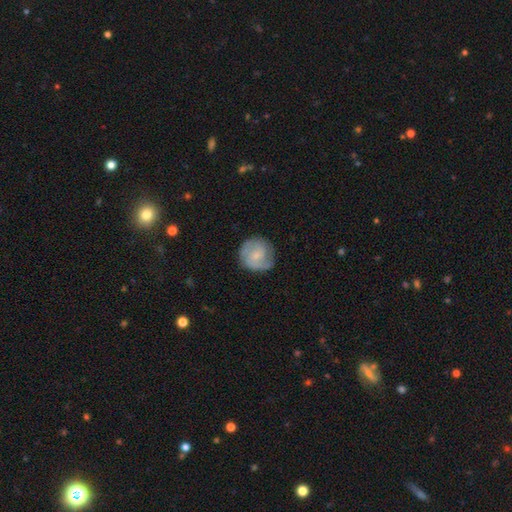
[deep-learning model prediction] featured or disk 55%, smooth 39%, star or artifact 6%. Down the decision tree: edge-on disk — no (98%); bar — no (56%); spiral arms — yes (86%); bulge size — small (62%); merging — none (74%).